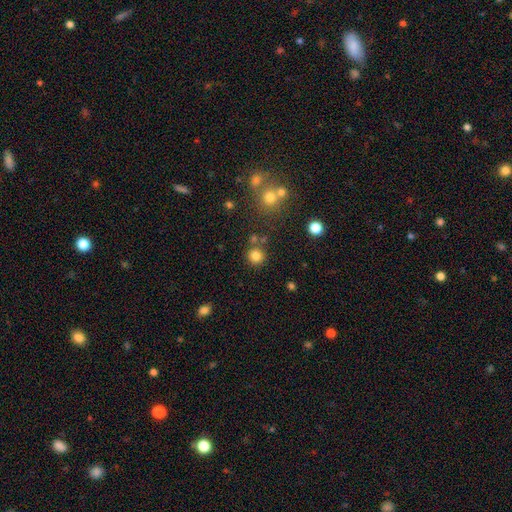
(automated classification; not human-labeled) A smooth galaxy with no disk features (81%) that is round (94%). Merging: none (82%).